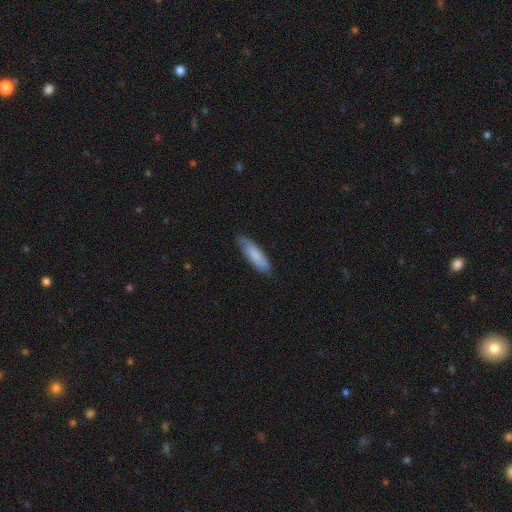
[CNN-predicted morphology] smooth 80%, featured or disk 15%, star or artifact 5%. Down the decision tree: how rounded — cigar-shaped (60%); merging — none (77%).